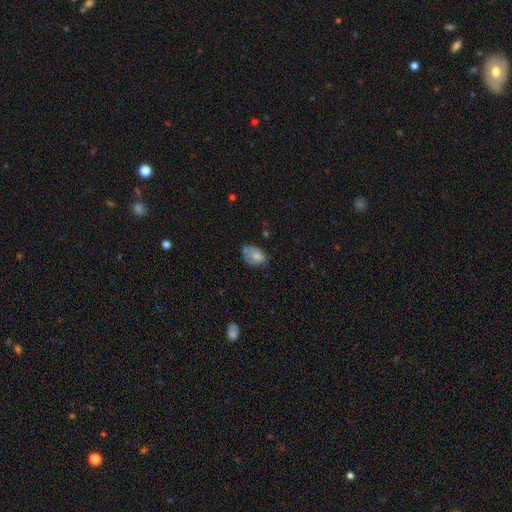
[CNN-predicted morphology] Q: Smooth or featured?
A: smooth (71%); runner-up: featured or disk (20%)
Q: How rounded?
A: in between (79%); runner-up: round (20%)
Q: Merging?
A: none (44%); runner-up: minor disturbance (35%)